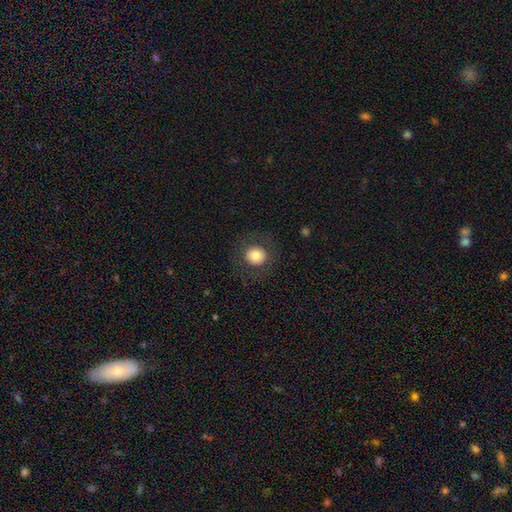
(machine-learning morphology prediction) This is likely a smooth galaxy (79%). How rounded: clearly round (91%). Merging: clearly none (87%).